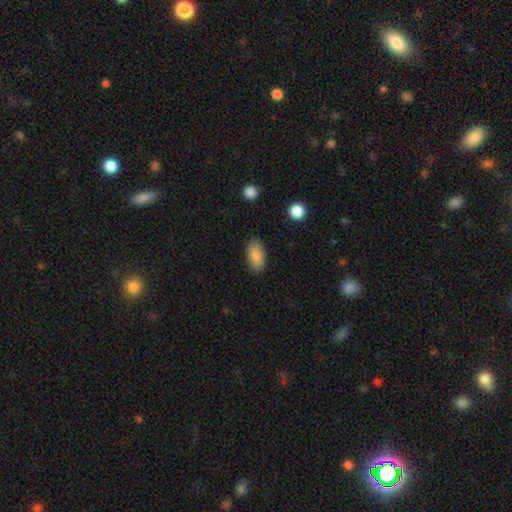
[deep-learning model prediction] This is clearly a smooth galaxy (88%). How rounded: clearly in between (93%). Merging: clearly none (86%).